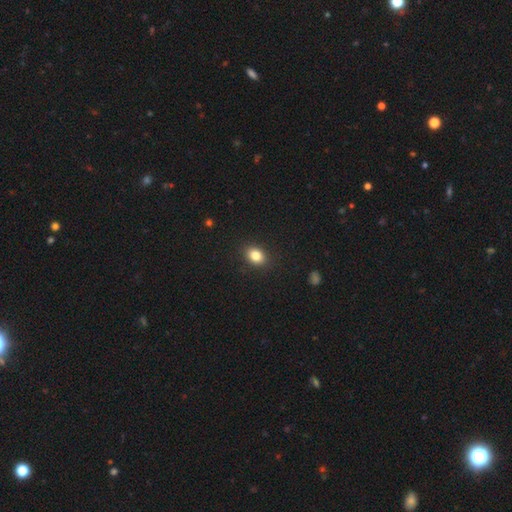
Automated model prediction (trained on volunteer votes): Morphology: type=smooth (84%); roundness=in between (63%); merging=none (89%).